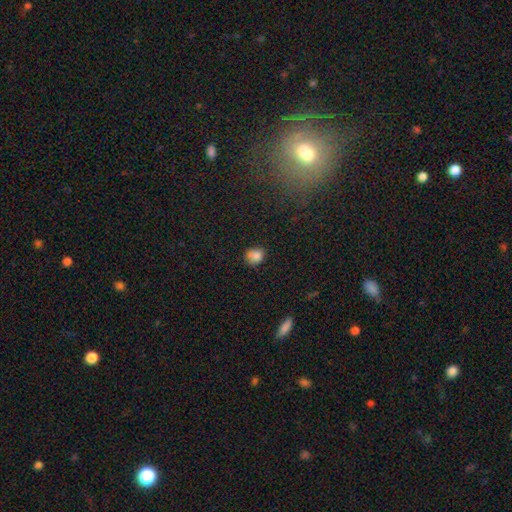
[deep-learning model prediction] Overall: smooth (82%). How rounded: round (71%). Merging: none (71%).